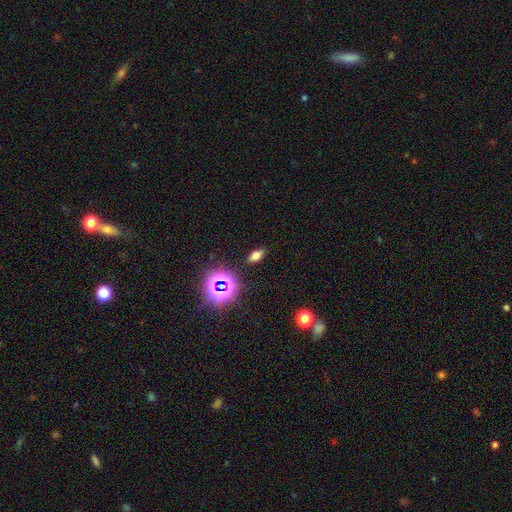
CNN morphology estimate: smooth 61%, star or artifact 23%, featured or disk 16%. Down the decision tree: how rounded — in between (75%); merging — none (87%).